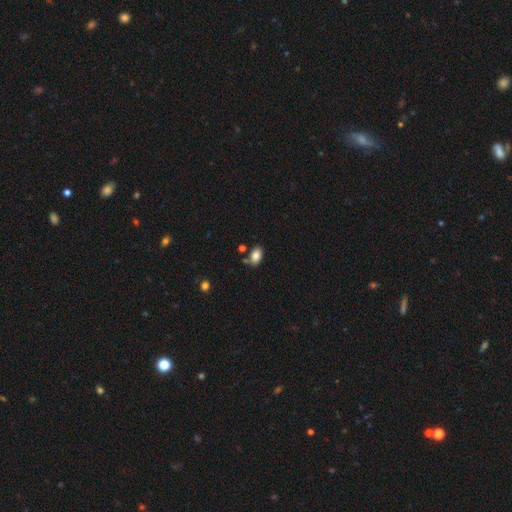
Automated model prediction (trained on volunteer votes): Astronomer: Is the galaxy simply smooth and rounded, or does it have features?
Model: smooth — 84%.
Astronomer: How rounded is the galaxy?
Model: in between — 87%.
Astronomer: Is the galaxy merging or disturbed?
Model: none — 77%.